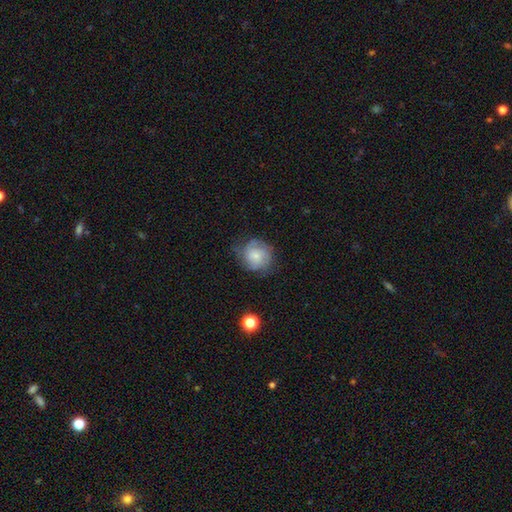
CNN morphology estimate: Smooth or featured? featured or disk (50%)
Merging? none (65%)